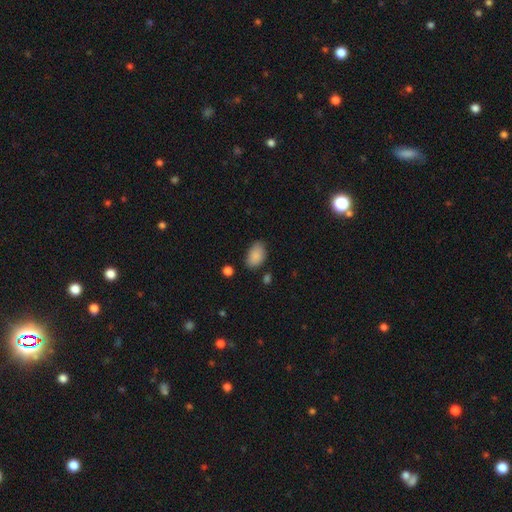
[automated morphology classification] smooth-or-featured: smooth: 88% | star or artifact: 8% | featured or disk: 4%
  how-rounded: in between: 89% | round: 9% | cigar-shaped: 1%
  merging: none: 74% | minor disturbance: 19% | major disturbance: 4% | merger: 3%